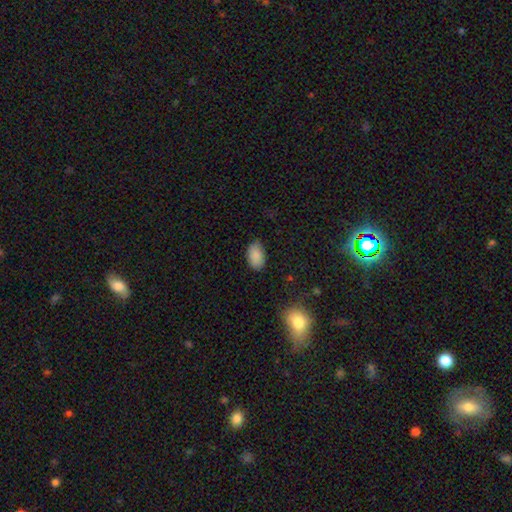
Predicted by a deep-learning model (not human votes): The model was most divided on "merging": none: 76%, minor disturbance: 19%, major disturbance: 3%, merger: 1%. More confident: how rounded — in between (91%); smooth or featured — smooth (88%).